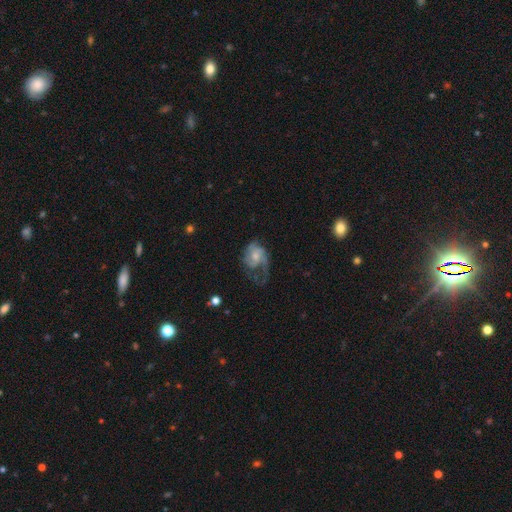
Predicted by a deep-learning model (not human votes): Smooth or featured: featured or disk — 66% (smooth — 27%)
Edge-on disk: no — 97% (yes — 3%)
Bar: no — 70% (weak — 26%)
Spiral arms: yes — 82% (no — 18%)
Spiral winding: medium — 41% (loose — 37%)
Spiral arm count: 2 — 37% (1 — 34%)
Bulge size: moderate — 46% (small — 40%)
Merging: major disturbance — 45% (none — 30%)